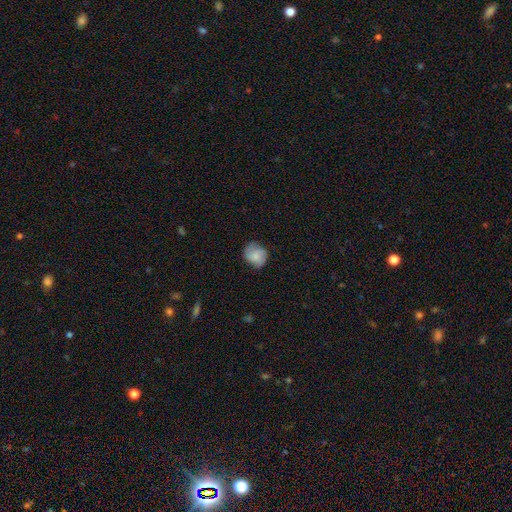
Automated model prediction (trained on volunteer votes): Morphology: type=smooth (69%); roundness=round (73%); merging=none (66%).